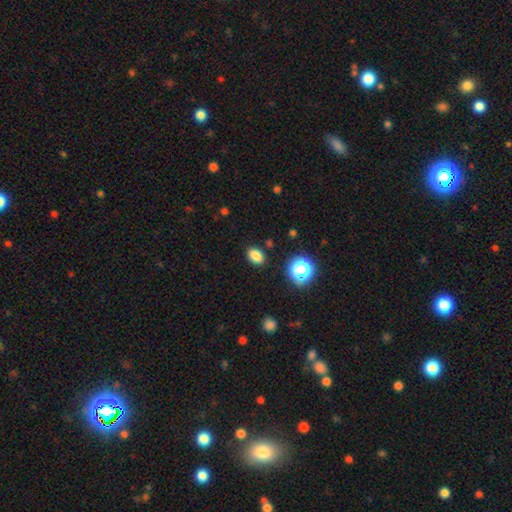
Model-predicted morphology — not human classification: Overall: smooth (81%). How rounded: in between (75%). Merging: none (87%).